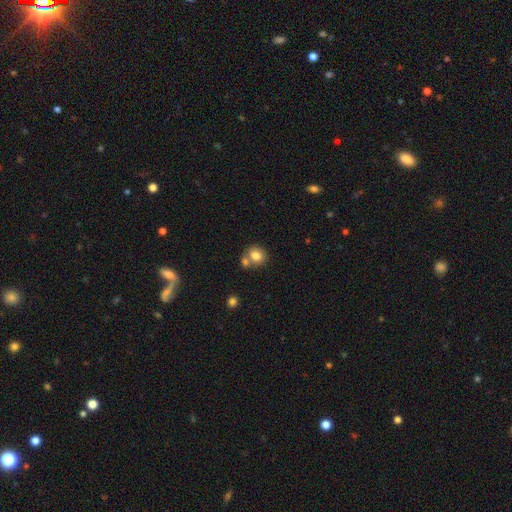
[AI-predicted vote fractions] Smooth or featured: smooth — 80% (featured or disk — 10%)
How rounded: round — 74% (in between — 25%)
Merging: none — 54% (merger — 32%)